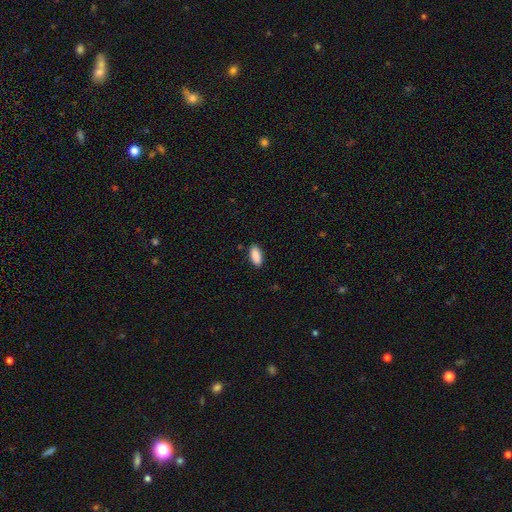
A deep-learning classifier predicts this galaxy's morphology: Overall: smooth (90%). How rounded: in between (84%). Merging: none (88%).